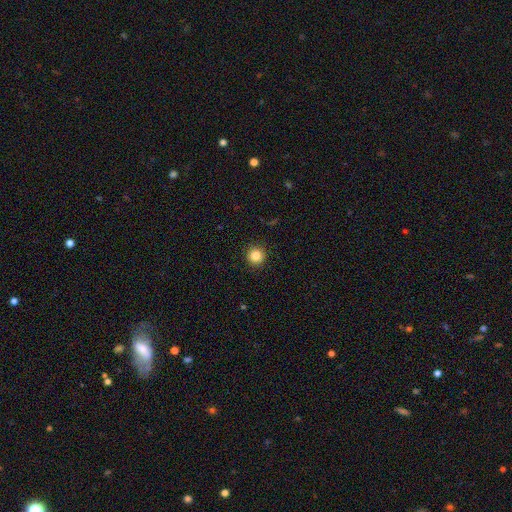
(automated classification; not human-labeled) This is clearly a smooth galaxy (85%). How rounded: clearly round (96%). Merging: clearly none (92%).